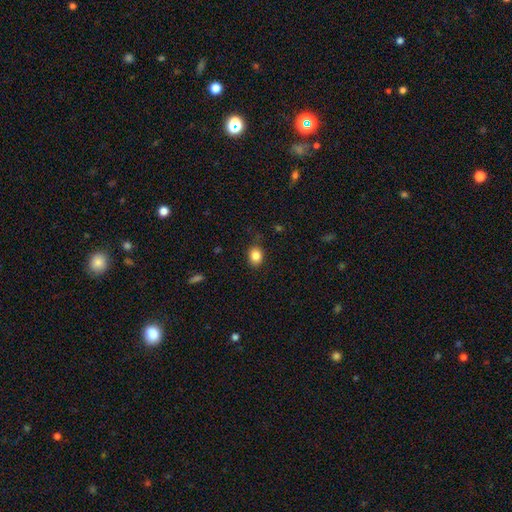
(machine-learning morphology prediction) Overall: smooth (85%). How rounded: round (50%; in between 49%). Merging: none (82%).